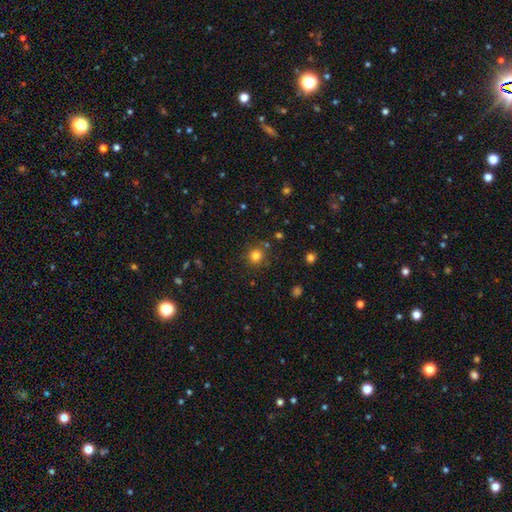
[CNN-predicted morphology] Smooth or featured? Predicted: smooth (p=0.81). How rounded? Predicted: round (p=0.91). Merging? Predicted: none (p=0.83).